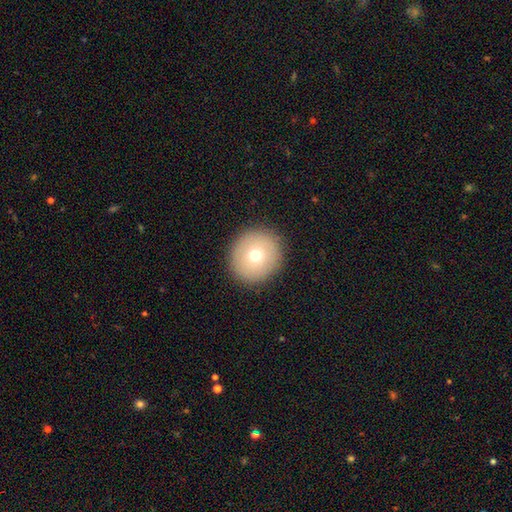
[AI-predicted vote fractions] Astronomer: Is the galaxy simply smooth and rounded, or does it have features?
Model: smooth — 69%.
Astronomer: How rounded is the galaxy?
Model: round — 90%.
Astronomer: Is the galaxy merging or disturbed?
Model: none — 91%.